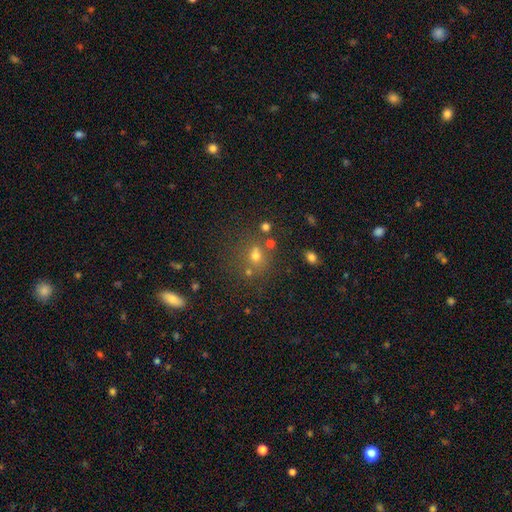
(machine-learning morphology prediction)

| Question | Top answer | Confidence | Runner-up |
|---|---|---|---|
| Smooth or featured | smooth | 61% | star or artifact (26%) |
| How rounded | round | 77% | in between (22%) |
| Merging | none | 63% | merger (19%) |